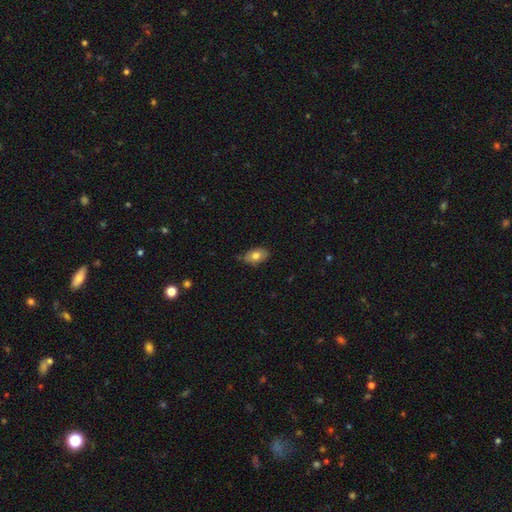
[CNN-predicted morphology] smooth_or_featured: smooth (p=0.77) [alt: featured or disk p=0.16]
how_rounded: in between (p=0.90) [alt: round p=0.08]
merging: none (p=0.76) [alt: minor disturbance p=0.20]